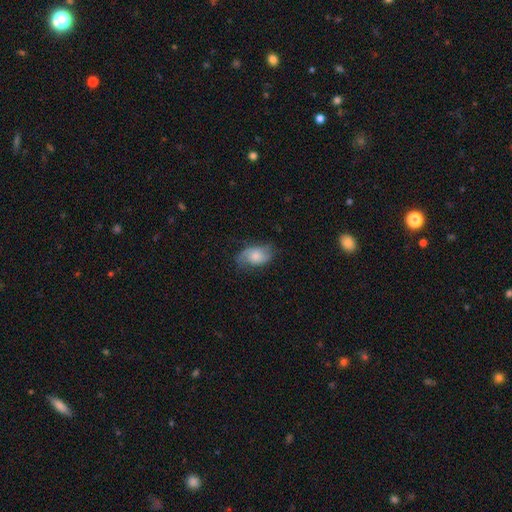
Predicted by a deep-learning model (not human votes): A smooth galaxy with no disk features (56%) that is in between round and cigar-shaped (88%). Merging: none (61%).